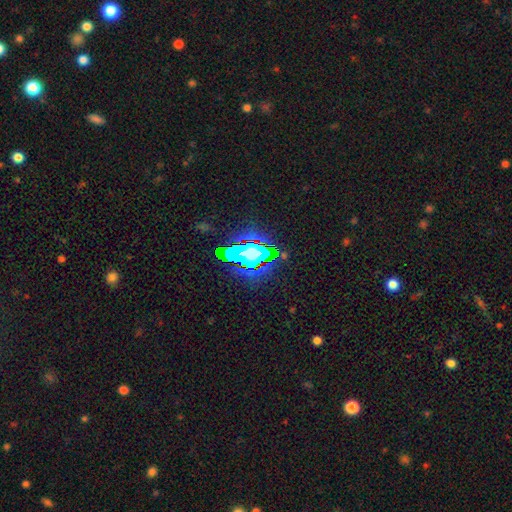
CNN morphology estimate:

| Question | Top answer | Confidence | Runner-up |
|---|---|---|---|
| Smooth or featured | star or artifact | 75% | smooth (14%) |